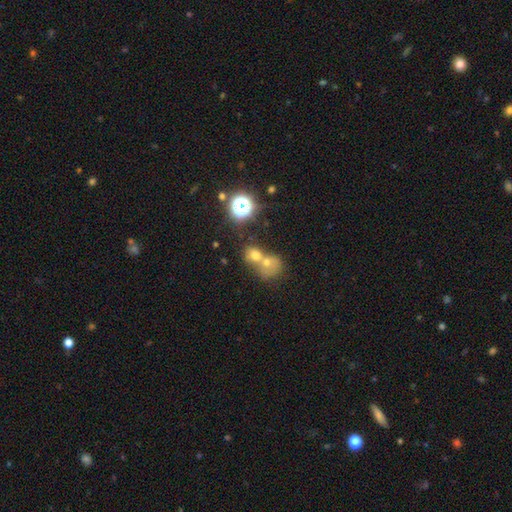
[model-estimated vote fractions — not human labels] Smooth or featured: smooth — 57% (star or artifact — 25%)
How rounded: round — 66% (in between — 33%)
Merging: merger — 62% (none — 28%)